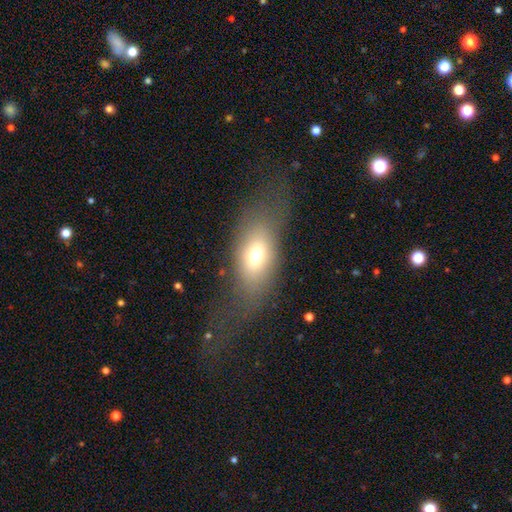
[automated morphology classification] A smooth galaxy with no disk features (66%) that is in between round and cigar-shaped (79%). Merging: none (64%).